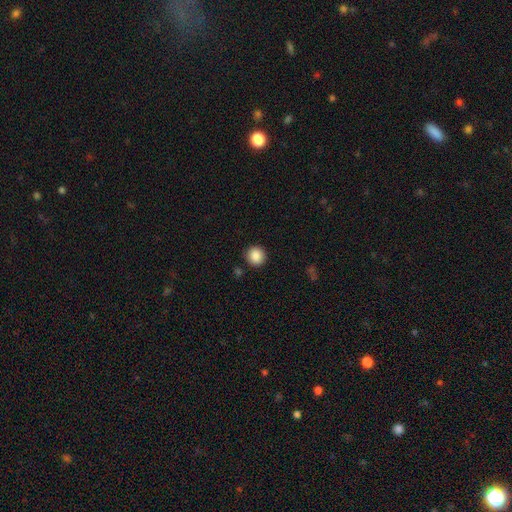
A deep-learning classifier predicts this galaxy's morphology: smooth-or-featured: smooth: 88% | star or artifact: 9% | featured or disk: 3%
  how-rounded: round: 92% | in between: 7% | cigar-shaped: 1%
  merging: none: 90% | minor disturbance: 6% | major disturbance: 2% | merger: 2%